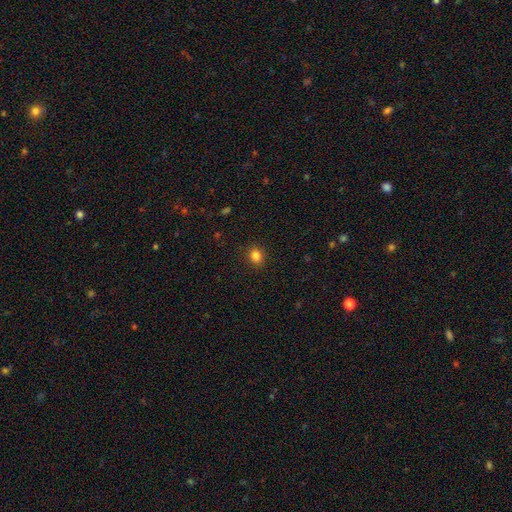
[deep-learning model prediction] Overall: smooth (84%). How rounded: round (61%; in between 38%). Merging: none (90%).